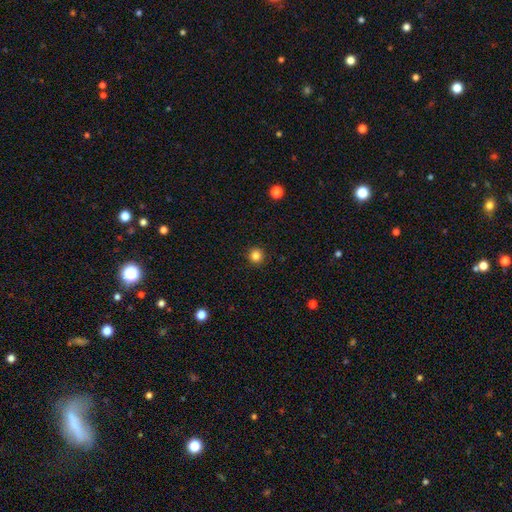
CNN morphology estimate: Overall: smooth (83%). How rounded: round (95%). Merging: none (92%).